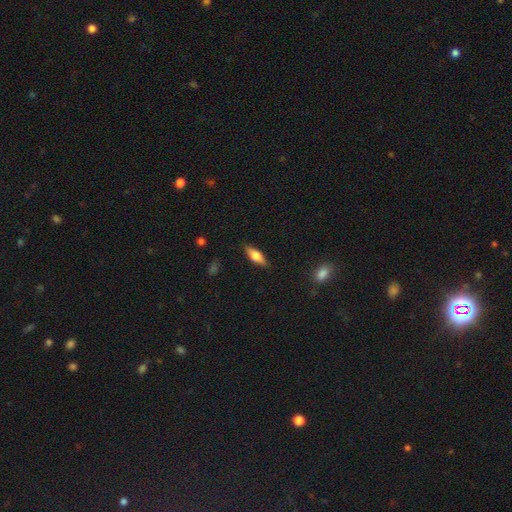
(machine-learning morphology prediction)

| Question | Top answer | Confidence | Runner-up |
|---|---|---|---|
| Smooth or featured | smooth | 61% | featured or disk (32%) |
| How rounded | in between | 60% | cigar-shaped (38%) |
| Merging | none | 85% | minor disturbance (11%) |